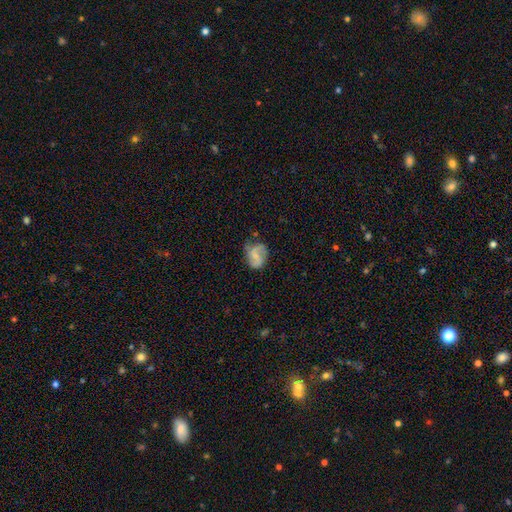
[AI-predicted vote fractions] Overall: featured or disk (56%; smooth 36%). Edge-on disk: no (98%). Bar: weak (44%; no 41%). Spiral arms: yes (87%). Bulge size: small (44%; none 32%). Merging: none (59%; minor disturbance 26%).